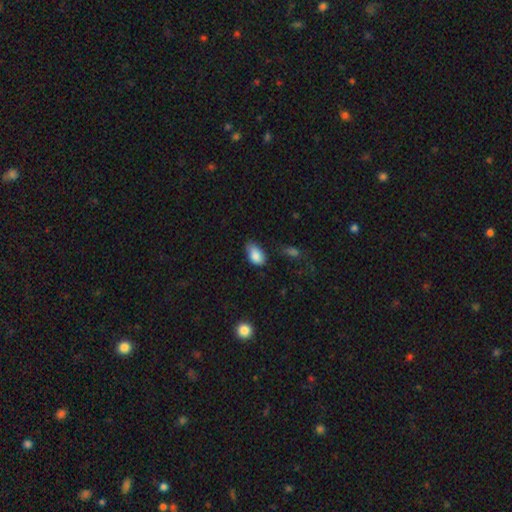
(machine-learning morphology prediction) smooth-or-featured: smooth: 85% | star or artifact: 8% | featured or disk: 7%
  how-rounded: in between: 91% | round: 7% | cigar-shaped: 2%
  merging: none: 51% | minor disturbance: 38% | major disturbance: 8% | merger: 3%